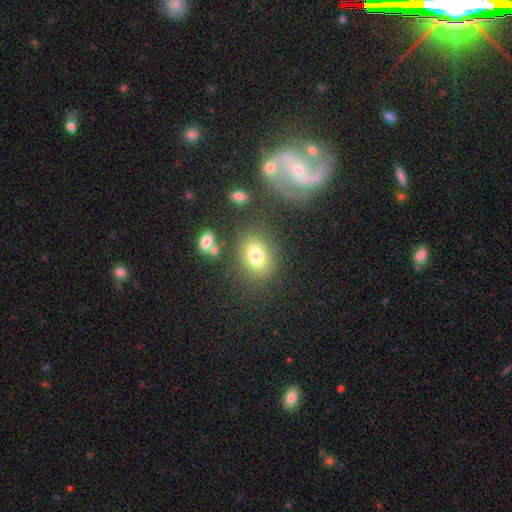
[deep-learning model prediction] A smooth galaxy with no disk features (77%) that is in between round and cigar-shaped (64%). Merging: none (74%).